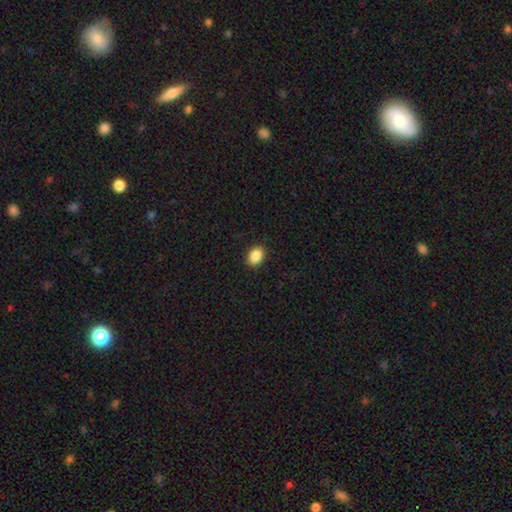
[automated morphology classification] Smooth or featured: smooth — 88% (star or artifact — 8%)
How rounded: in between — 75% (round — 24%)
Merging: none — 91% (minor disturbance — 6%)